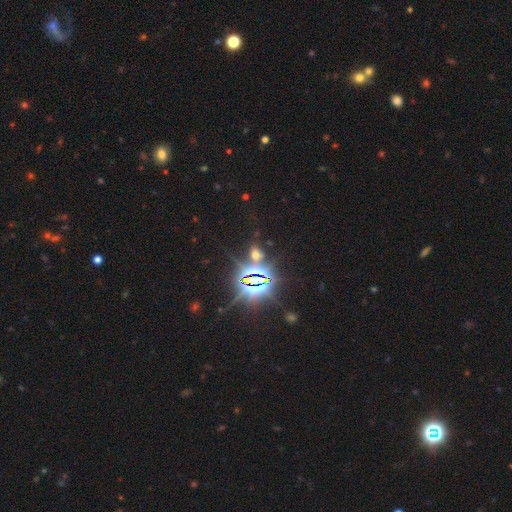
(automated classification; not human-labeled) star or artifact 63%, smooth 28%, featured or disk 10%.